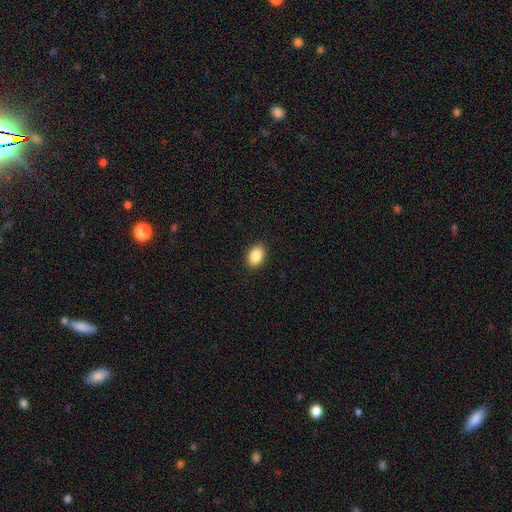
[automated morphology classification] type=smooth (87%); roundness=in between (83%); merging=none (90%).